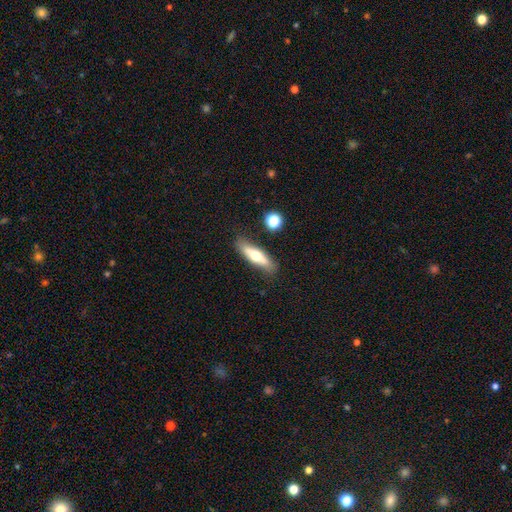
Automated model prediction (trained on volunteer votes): Morphology: type=smooth (56%); roundness=cigar-shaped (60%); merging=none (81%).